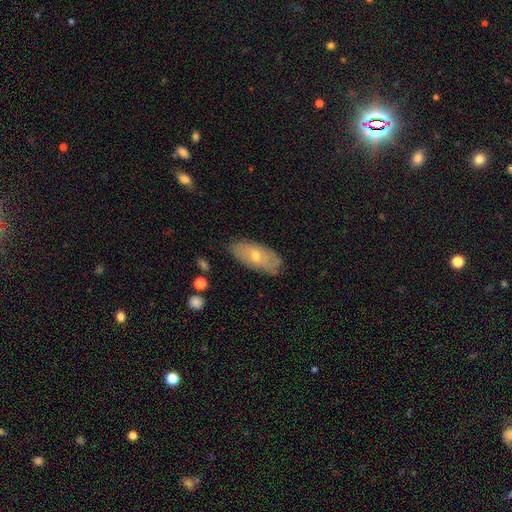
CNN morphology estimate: smooth-or-featured: featured or disk: 46% (tied) | smooth: 46% (tied) | star or artifact: 8%
  merging: none: 80% | minor disturbance: 16% | major disturbance: 3% | merger: 1%